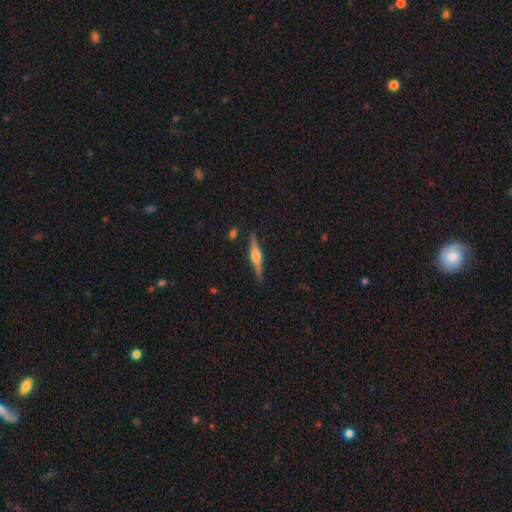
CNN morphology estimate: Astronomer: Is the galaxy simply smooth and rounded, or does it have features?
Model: featured or disk — 75%.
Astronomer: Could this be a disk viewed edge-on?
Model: yes — 98%.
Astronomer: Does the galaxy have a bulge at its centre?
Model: rounded — 91%.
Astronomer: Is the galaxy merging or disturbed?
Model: none — 89%.